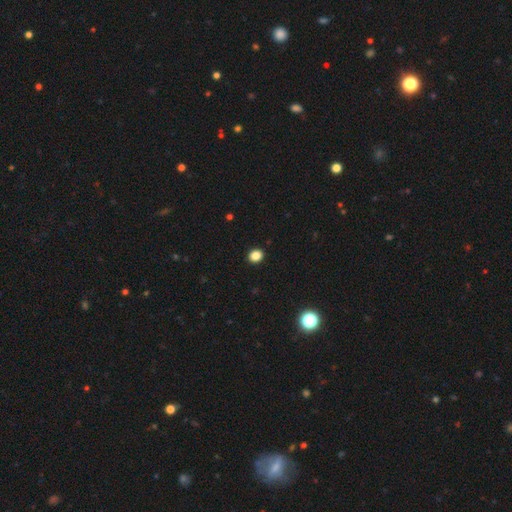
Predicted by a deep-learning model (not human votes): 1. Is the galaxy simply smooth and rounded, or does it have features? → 86% smooth, 11% star or artifact, 3% featured or disk.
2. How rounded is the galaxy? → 71% round, 28% in between, 1% cigar-shaped.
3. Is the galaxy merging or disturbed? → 93% none, 5% minor disturbance, 2% major disturbance, 1% merger.